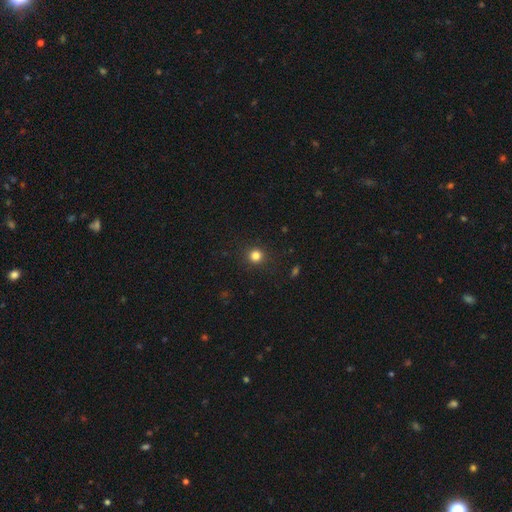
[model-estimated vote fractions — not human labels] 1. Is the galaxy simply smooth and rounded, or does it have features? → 83% smooth, 13% star or artifact, 4% featured or disk.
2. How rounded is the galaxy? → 93% round, 6% in between, 1% cigar-shaped.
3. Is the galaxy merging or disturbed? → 90% none, 6% minor disturbance, 3% major disturbance, 1% merger.